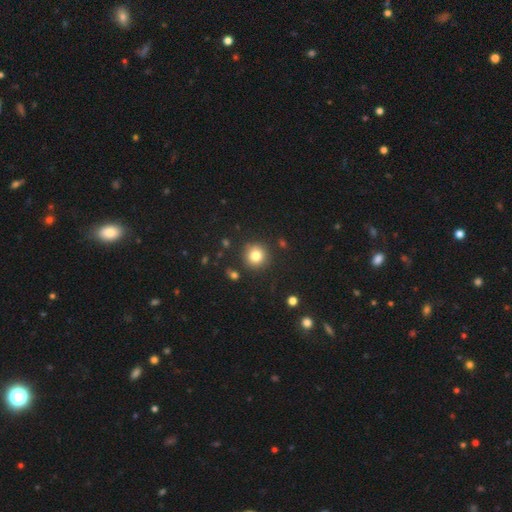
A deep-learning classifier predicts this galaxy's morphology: smooth 81%, star or artifact 12%, featured or disk 8%. Down the decision tree: how rounded — round (94%); merging — none (88%).